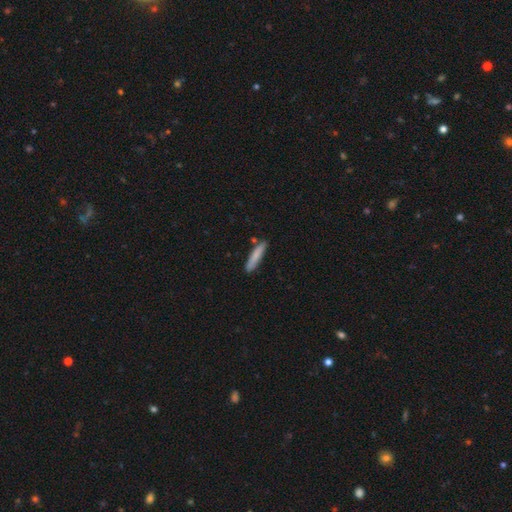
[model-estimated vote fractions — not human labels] This is clearly a smooth galaxy (81%). How rounded: clearly cigar-shaped (89%). Merging: clearly none (82%).